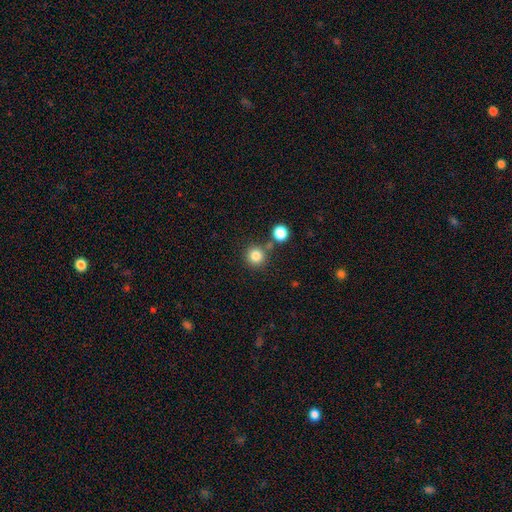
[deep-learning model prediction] The model was most divided on "merging": none: 78%, merger: 12%, minor disturbance: 8%, major disturbance: 3%. More confident: how rounded — round (93%); smooth or featured — smooth (83%).